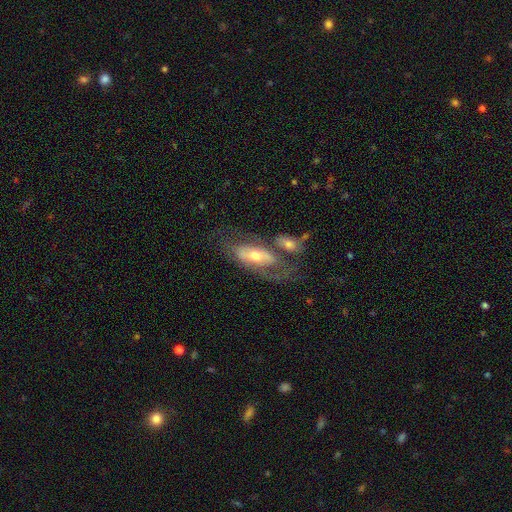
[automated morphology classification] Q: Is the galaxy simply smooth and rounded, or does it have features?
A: featured or disk — 63%.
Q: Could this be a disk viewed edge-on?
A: no — 85%.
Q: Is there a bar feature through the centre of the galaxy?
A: no — 52%.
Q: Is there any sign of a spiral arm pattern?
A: yes — 57%.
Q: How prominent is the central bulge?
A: moderate — 63%.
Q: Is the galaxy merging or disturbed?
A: none — 41%.